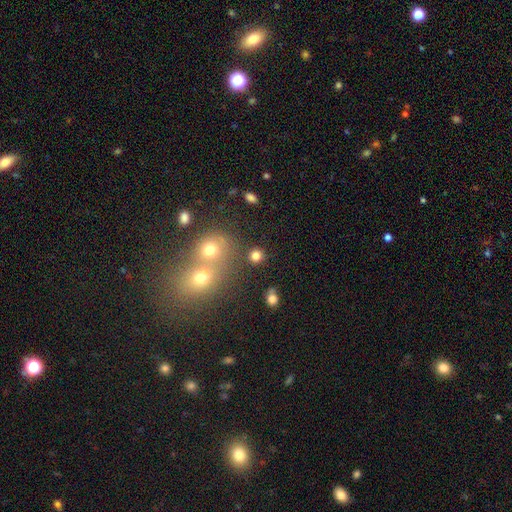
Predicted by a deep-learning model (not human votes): Smooth or featured? smooth (77%)
How rounded? round (87%)
Merging? none (77%)